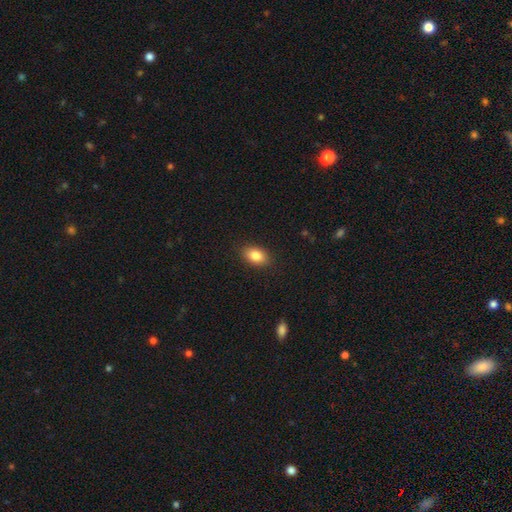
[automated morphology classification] smooth 86%, star or artifact 8%, featured or disk 6%. Down the decision tree: how rounded — in between (88%); merging — none (88%).